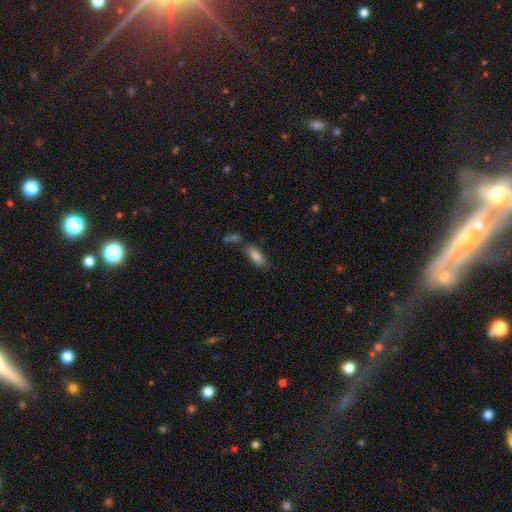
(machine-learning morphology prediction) Smooth or featured? smooth (82%)
How rounded? in between (79%)
Merging? none (68%)